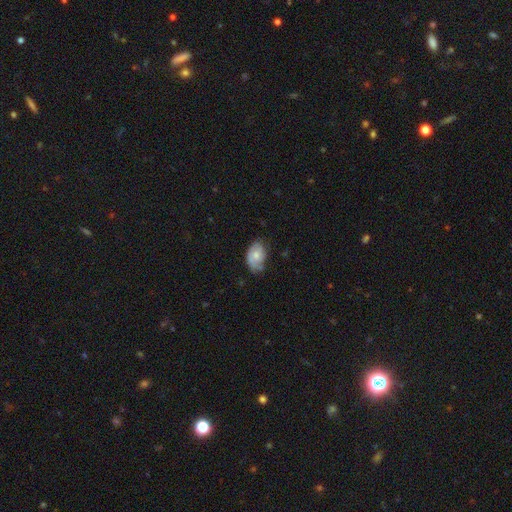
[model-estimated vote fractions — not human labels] Smooth or featured? Predicted: featured or disk (p=0.49). Merging? Predicted: none (p=0.52).